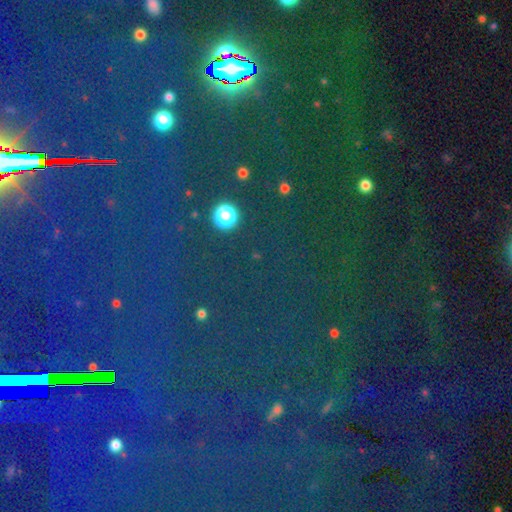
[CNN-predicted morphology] Smooth or featured? Predicted: star or artifact (p=0.81).